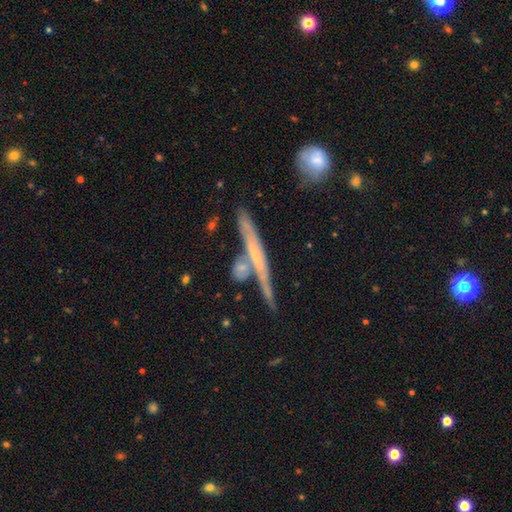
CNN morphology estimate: smooth-or-featured: featured or disk: 63% | smooth: 29% | star or artifact: 7%
  disk-edge-on: yes: 91% | no: 9%
    edge-on-bulge: none: 65% | rounded: 25% | boxy: 10%
  merging: none: 61% | merger: 19% | minor disturbance: 15% | major disturbance: 5%